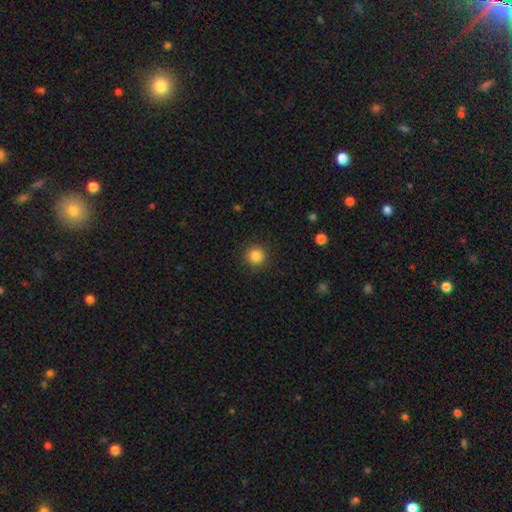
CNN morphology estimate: Smooth or featured? smooth (85%)
How rounded? round (94%)
Merging? none (91%)